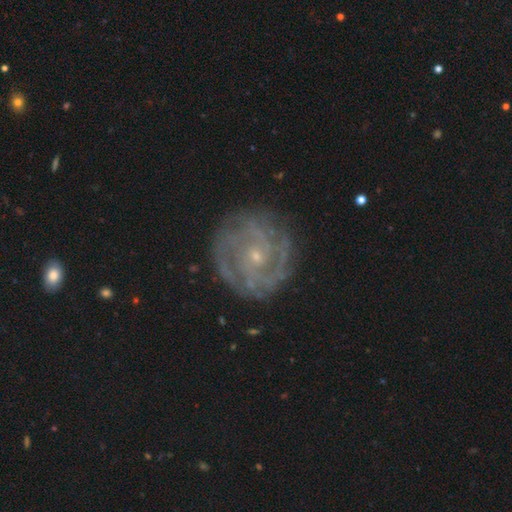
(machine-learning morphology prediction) Smooth or featured: featured or disk — 83% (smooth — 9%)
Edge-on disk: no — 97% (yes — 3%)
Bar: no — 73% (weak — 22%)
Spiral arms: yes — 93% (no — 7%)
Spiral winding: tight — 70% (medium — 24%)
Spiral arm count: can't tell — 32% (2 — 23%)
Bulge size: small — 80% (moderate — 17%)
Merging: none — 81% (minor disturbance — 13%)